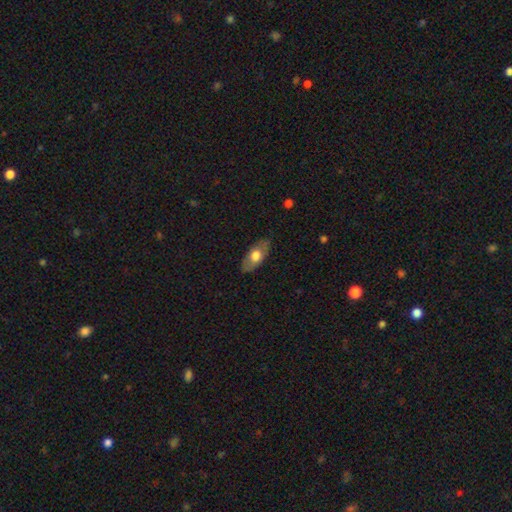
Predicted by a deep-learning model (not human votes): Smooth or featured: smooth — 58% (featured or disk — 36%)
How rounded: in between — 88% (cigar-shaped — 8%)
Merging: none — 82% (minor disturbance — 14%)